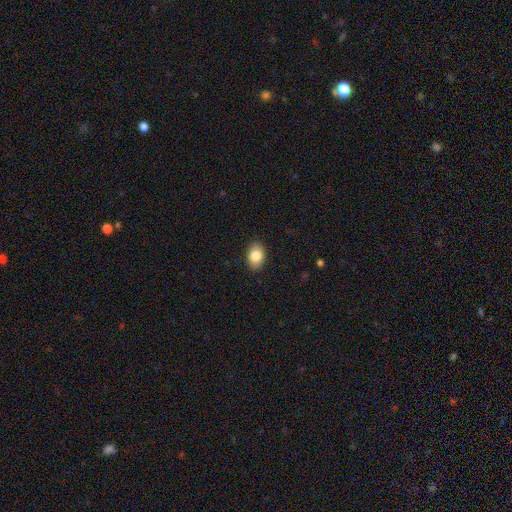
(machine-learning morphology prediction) Q: Smooth or featured?
A: smooth (84%); runner-up: featured or disk (8%)
Q: How rounded?
A: in between (81%); runner-up: round (18%)
Q: Merging?
A: none (89%); runner-up: minor disturbance (8%)